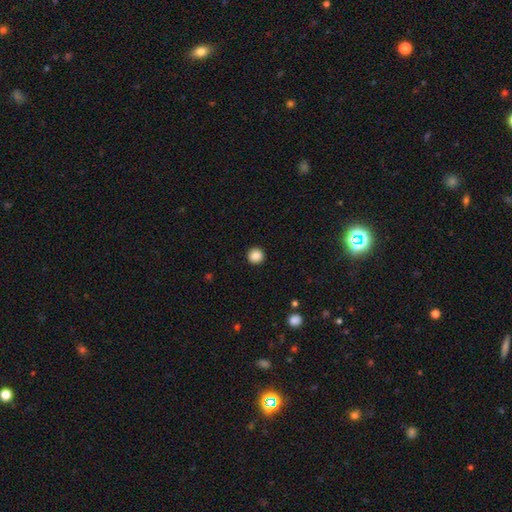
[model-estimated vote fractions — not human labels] Smooth or featured: smooth — 87% (star or artifact — 10%)
How rounded: round — 94% (in between — 5%)
Merging: none — 93% (minor disturbance — 4%)